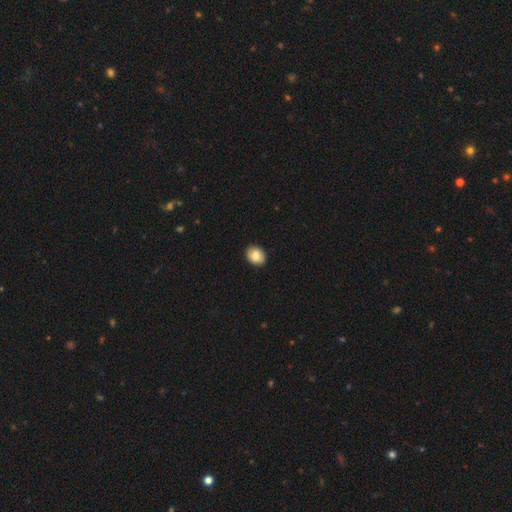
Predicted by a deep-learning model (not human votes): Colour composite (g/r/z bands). It shows a smooth galaxy with no disk features (83%) that is in between round and cigar-shaped (56%). Merging: none (91%).